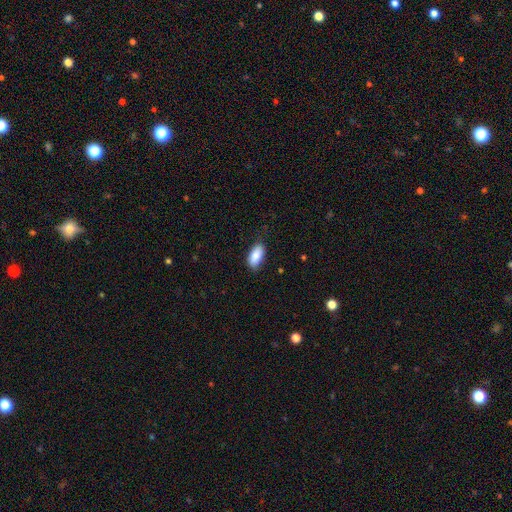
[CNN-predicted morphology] The model was most divided on "merging": none: 81%, minor disturbance: 15%, major disturbance: 3%, merger: 1%. More confident: how rounded — in between (92%); smooth or featured — smooth (87%).